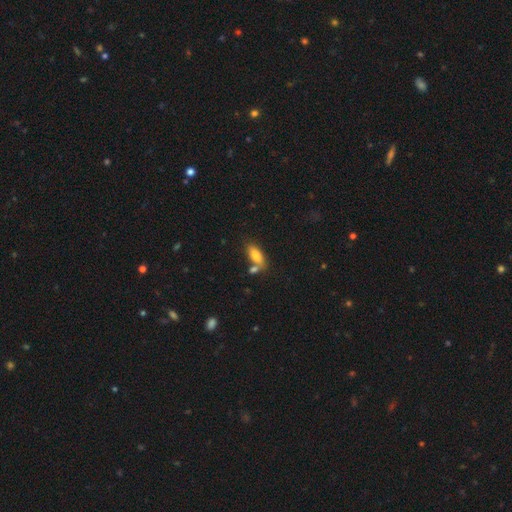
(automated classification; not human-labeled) Smooth or featured? Predicted: smooth (p=0.81). How rounded? Predicted: in between (p=0.82). Merging? Predicted: none (p=0.53).